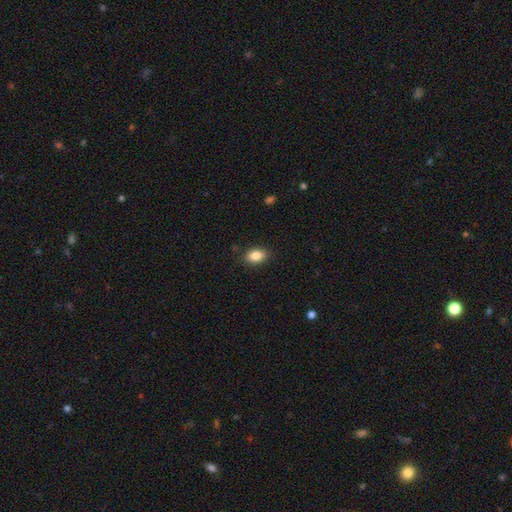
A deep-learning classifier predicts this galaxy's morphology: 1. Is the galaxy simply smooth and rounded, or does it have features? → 85% smooth, 8% star or artifact, 6% featured or disk.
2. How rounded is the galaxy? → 86% in between, 12% round, 2% cigar-shaped.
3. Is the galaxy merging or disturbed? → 87% none, 10% minor disturbance, 2% major disturbance, 1% merger.